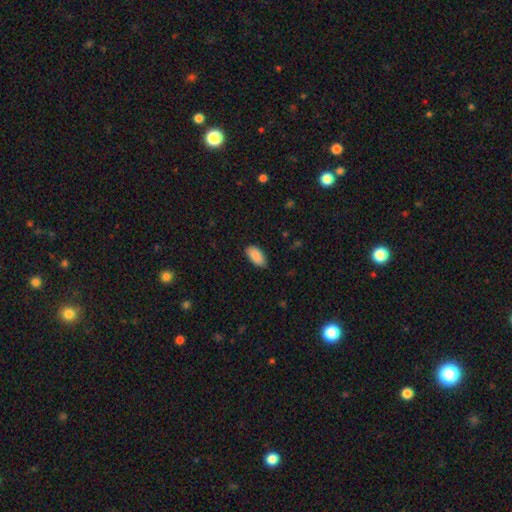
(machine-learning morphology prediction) A smooth galaxy with no disk features (89%) that is in between round and cigar-shaped (95%). Merging: none (80%).